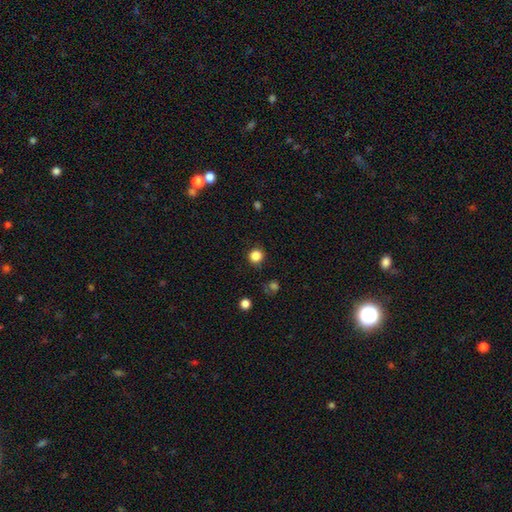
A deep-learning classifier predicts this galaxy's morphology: Smooth or featured? Predicted: smooth (p=0.85). How rounded? Predicted: round (p=0.93). Merging? Predicted: none (p=0.88).